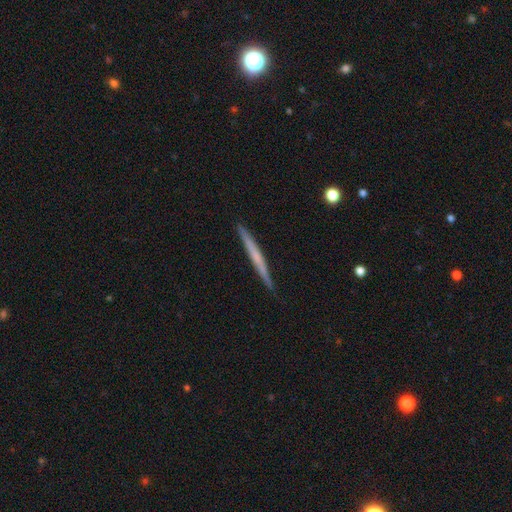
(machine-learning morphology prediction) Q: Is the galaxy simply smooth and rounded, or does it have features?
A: featured or disk — 50%.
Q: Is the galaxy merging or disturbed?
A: none — 91%.